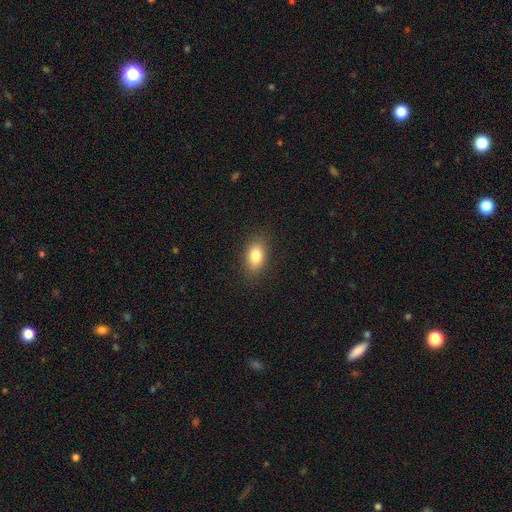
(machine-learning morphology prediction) smooth 82%, featured or disk 9%, star or artifact 9%. Down the decision tree: how rounded — in between (85%); merging — none (86%).